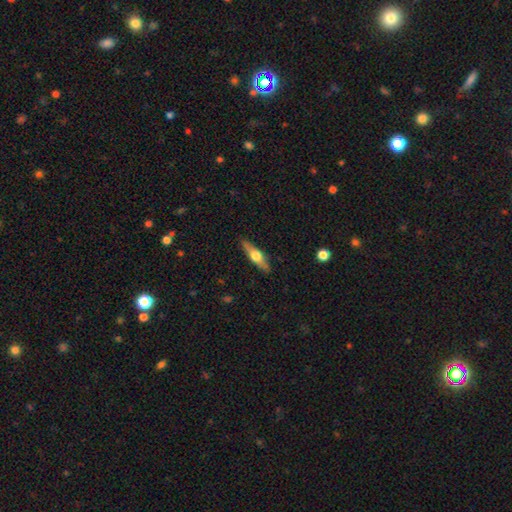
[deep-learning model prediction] A featured or disk galaxy (52%) viewed edge-on (92%). Merging: none (86%).